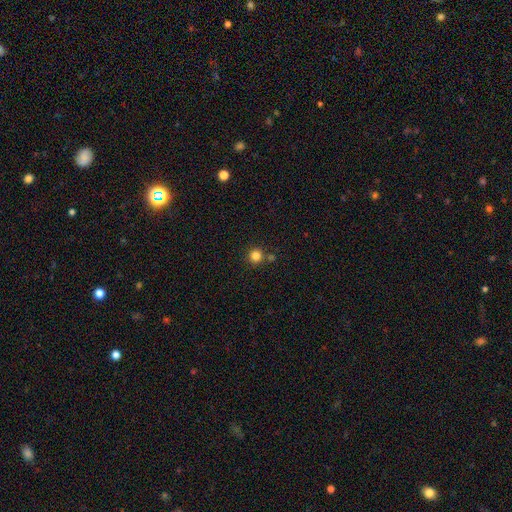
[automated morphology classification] A smooth galaxy with no disk features (82%) that is round (95%). Merging: none (79%).